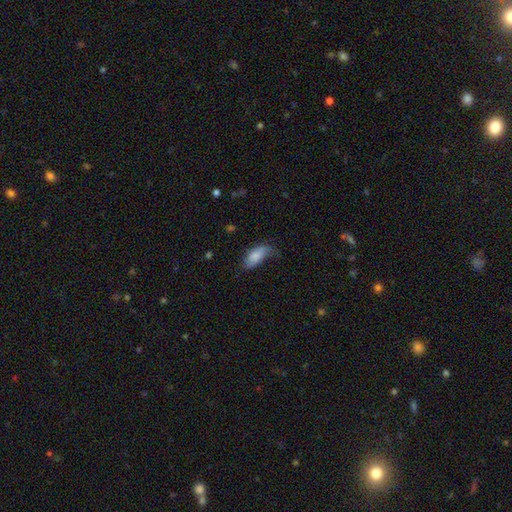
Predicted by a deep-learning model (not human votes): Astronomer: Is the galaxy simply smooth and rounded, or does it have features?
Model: smooth — 82%.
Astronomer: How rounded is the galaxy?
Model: in between — 87%.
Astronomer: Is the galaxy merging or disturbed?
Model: none — 45% (runner-up: minor disturbance, 37%).